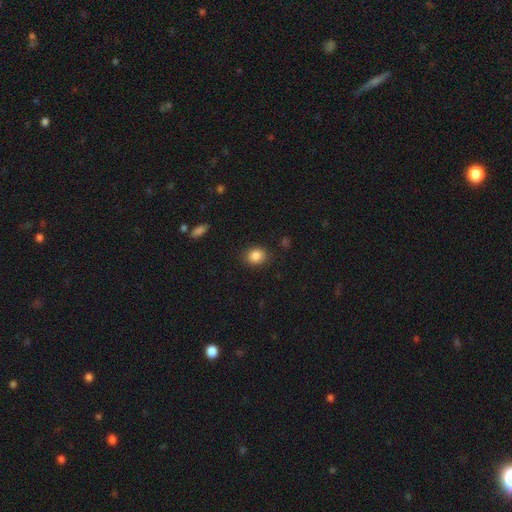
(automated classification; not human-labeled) A smooth galaxy with no disk features (86%) that is round (59%).

Vote fractions:
- Smooth or featured? smooth: 86% / star or artifact: 10% / featured or disk: 5%
- How rounded? round: 59% / in between: 40% / cigar-shaped: 1%
- Merging? none: 86% / minor disturbance: 10% / major disturbance: 3% / merger: 1%